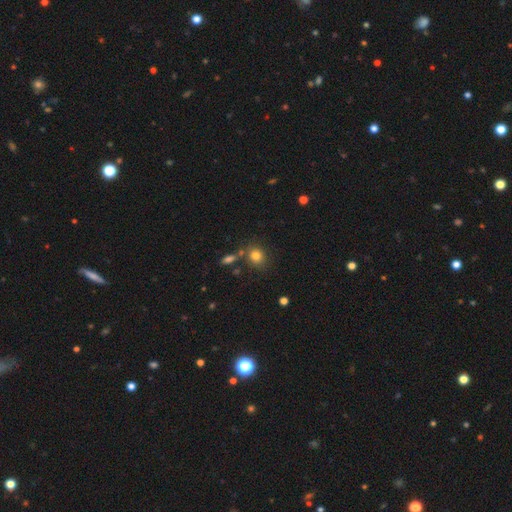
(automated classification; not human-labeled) Morphology: type=smooth (81%); roundness=round (73%); merging=none (73%).